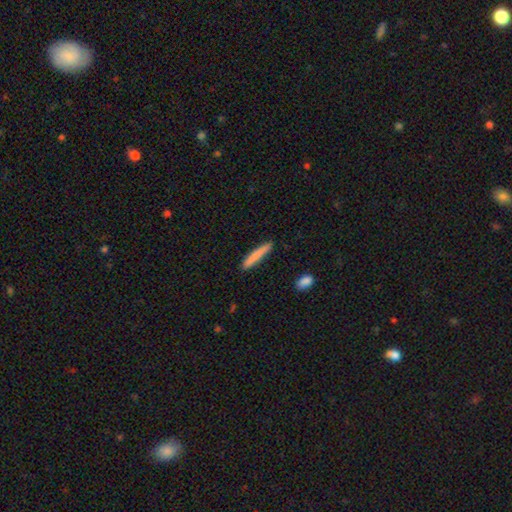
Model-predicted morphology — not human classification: The model was most divided on "smooth or featured": smooth: 81%, featured or disk: 13%, star or artifact: 6%. More confident: how rounded — cigar-shaped (93%); merging — none (87%).